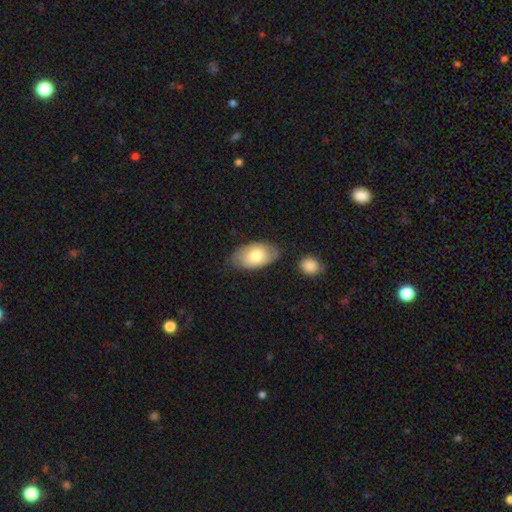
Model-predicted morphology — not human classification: Overall: smooth (69%). How rounded: in between (92%). Merging: none (69%).